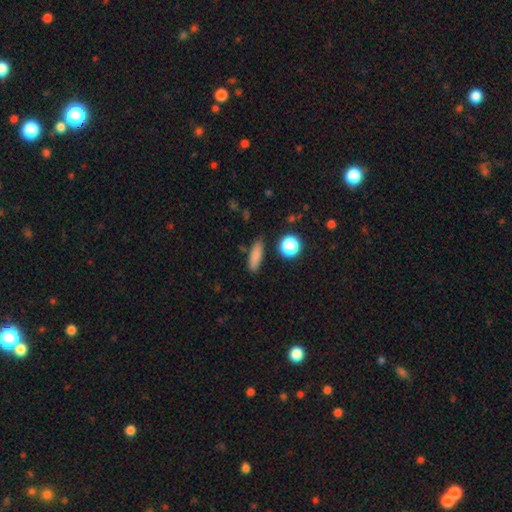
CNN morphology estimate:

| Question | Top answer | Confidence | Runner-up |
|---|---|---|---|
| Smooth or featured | smooth | 82% | star or artifact (11%) |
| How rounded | cigar-shaped | 50% | in between (42%) |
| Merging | none | 83% | minor disturbance (12%) |